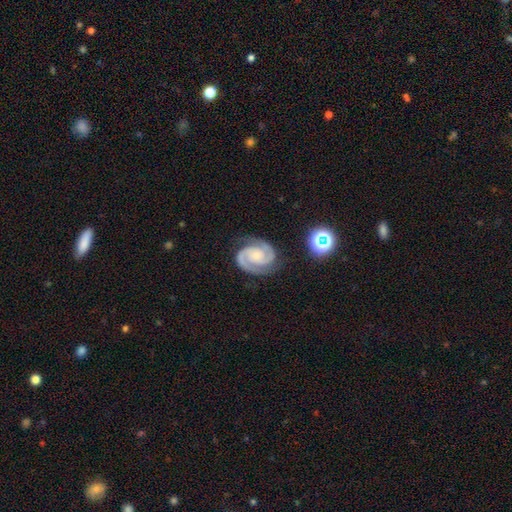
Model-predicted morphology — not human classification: type=featured or disk (92%); edge-on=no (98%); bar=no (63%); spiral arms=yes (99%); winding=tight (54%); arm count=2 (93%); bulge=small (52%); merging=none (81%).